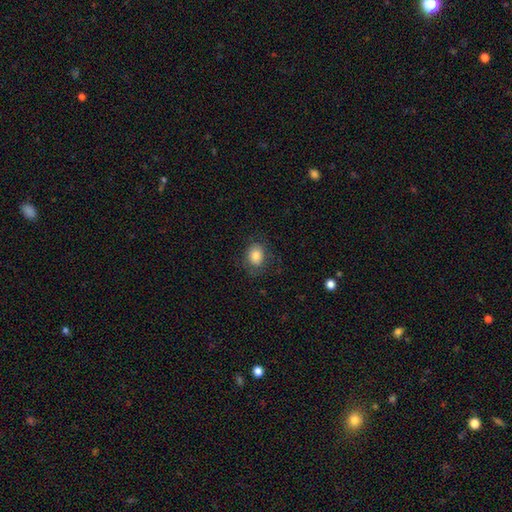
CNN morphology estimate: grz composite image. It shows a smooth galaxy with no disk features (82%) that is round (50%). Merging: none (78%).